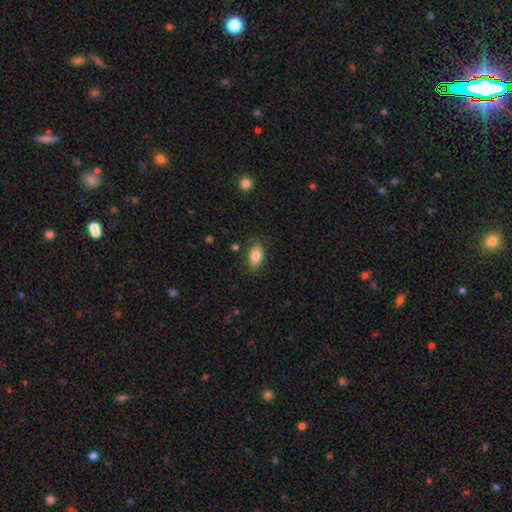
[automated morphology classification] type=smooth (83%); roundness=in between (90%); merging=none (83%).